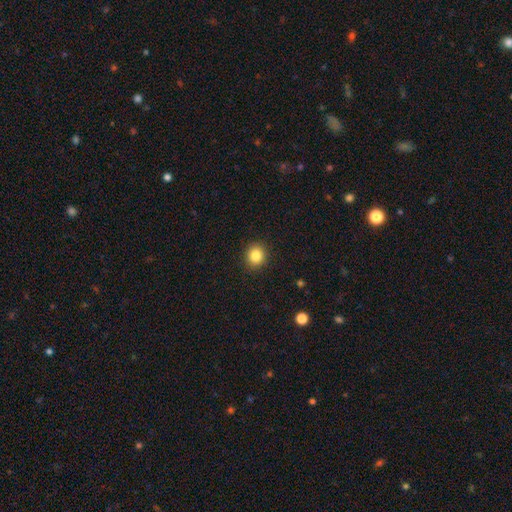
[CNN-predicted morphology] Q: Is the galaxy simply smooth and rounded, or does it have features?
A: smooth — 84%.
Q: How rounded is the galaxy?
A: round — 86%.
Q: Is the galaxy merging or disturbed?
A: none — 92%.